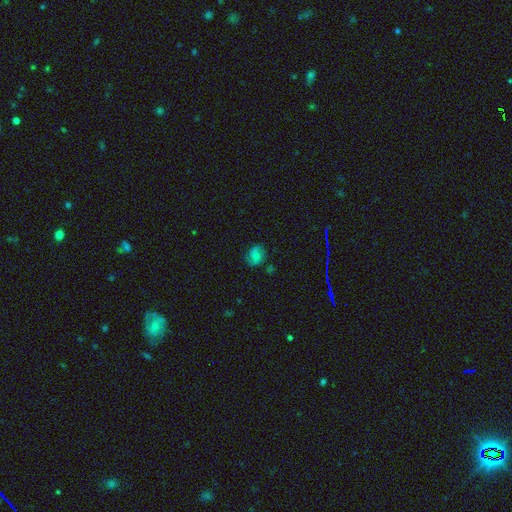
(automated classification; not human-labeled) Q: Smooth or featured?
A: smooth (58%); runner-up: featured or disk (27%)
Q: How rounded?
A: round (51%); runner-up: in between (48%)
Q: Merging?
A: none (69%); runner-up: minor disturbance (21%)